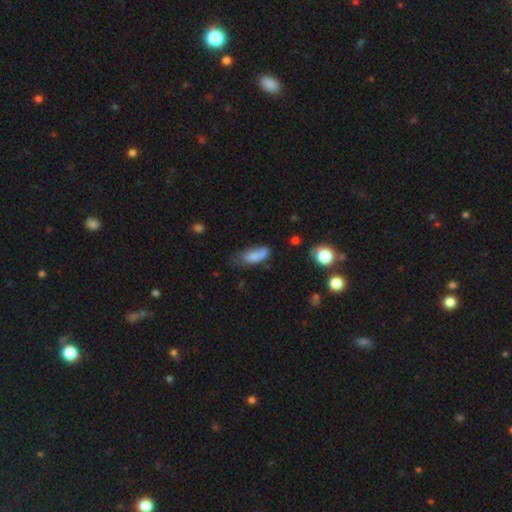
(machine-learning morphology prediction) smooth 78%, featured or disk 13%, star or artifact 9%. Down the decision tree: how rounded — in between (73%); merging — none (41%).